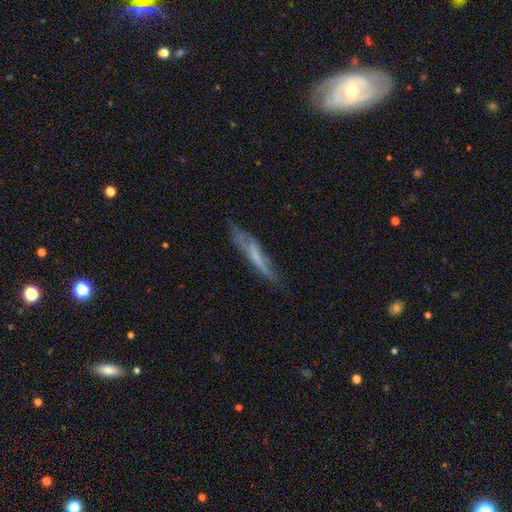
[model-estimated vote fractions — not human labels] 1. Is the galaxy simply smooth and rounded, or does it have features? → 48% featured or disk, 44% smooth, 8% star or artifact.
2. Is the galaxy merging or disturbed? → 57% none, 27% minor disturbance, 12% major disturbance, 3% merger.